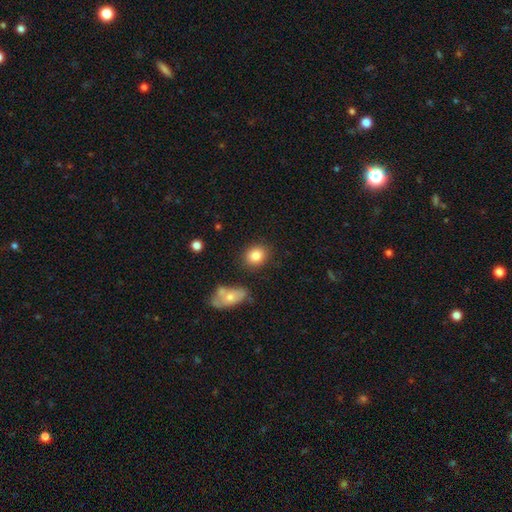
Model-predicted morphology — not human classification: smooth_or_featured: smooth (p=0.83) [alt: star or artifact p=0.09]
how_rounded: round (p=0.62) [alt: in between p=0.36]
merging: none (p=0.81) [alt: minor disturbance p=0.10]